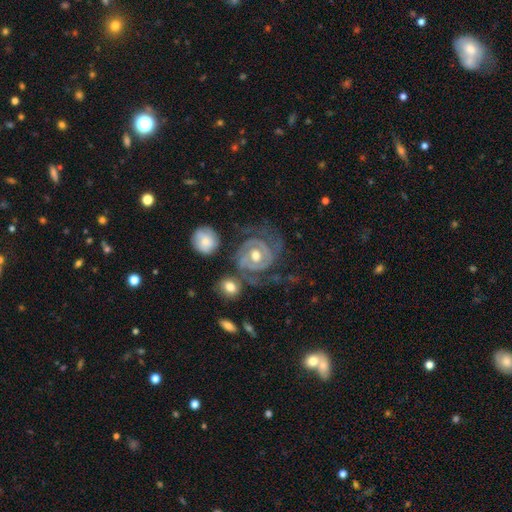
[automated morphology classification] featured or disk 88%, smooth 6%, star or artifact 6%. Down the decision tree: edge-on disk — no (97%); bar — no (49%); spiral arms — yes (96%); spiral arm count — 2 (61%); spiral winding — tight (66%); bulge size — moderate (72%); merging — none (63%).